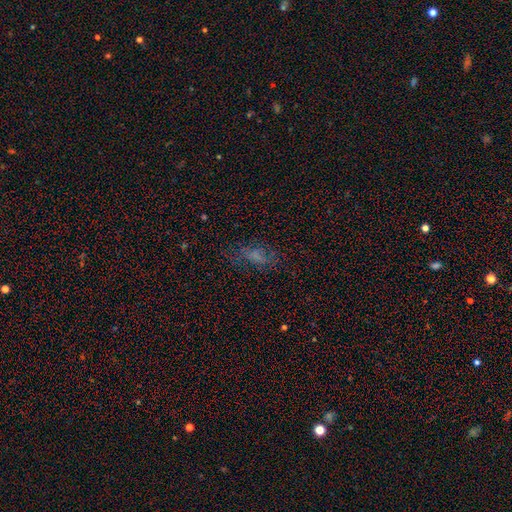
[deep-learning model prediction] A smooth galaxy with no disk features (53%) that is in between round and cigar-shaped (76%). Merging: none (60%).